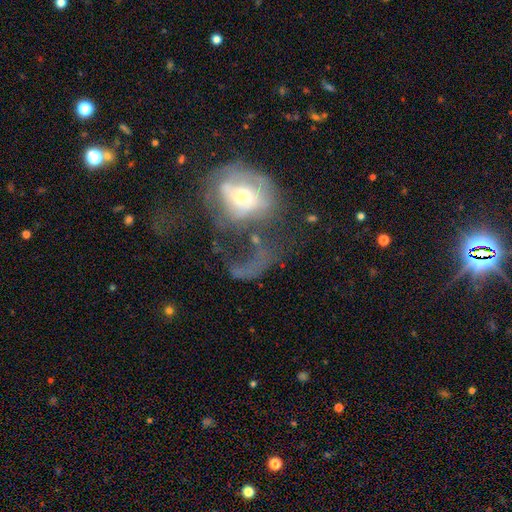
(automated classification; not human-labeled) This is possibly a featured or disk galaxy (45%). Merging: marginally major disturbance (43%).